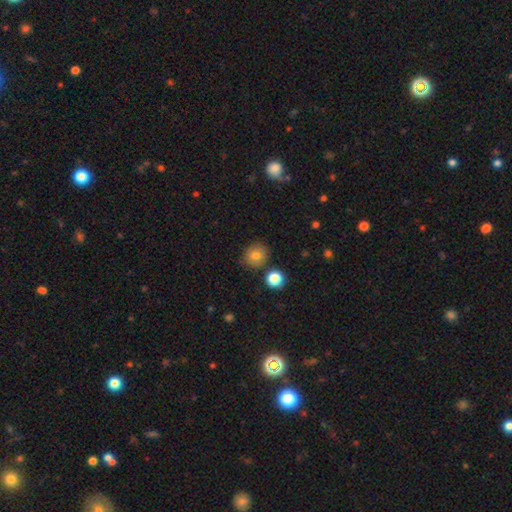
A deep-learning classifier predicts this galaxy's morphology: This appears to be a smooth galaxy with no disk features (81%) that is round (81%). Merging: none (80%).